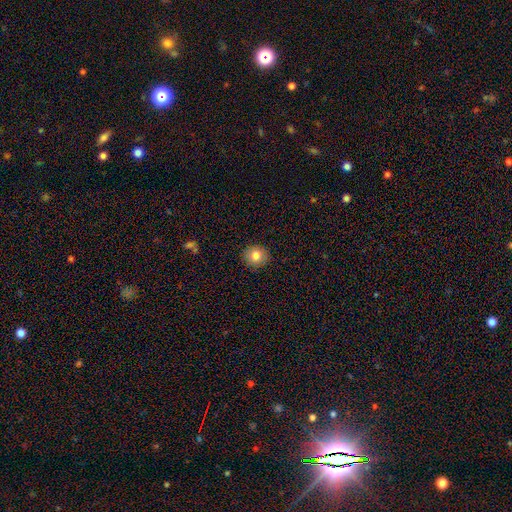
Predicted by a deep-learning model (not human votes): Morphology: type=smooth (83%); roundness=round (85%); merging=none (90%).